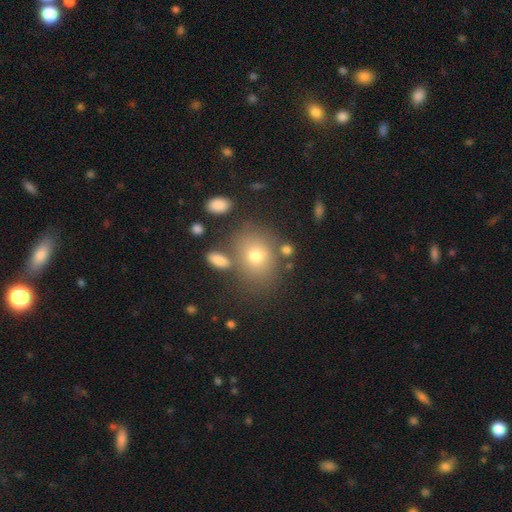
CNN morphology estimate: Smooth or featured? smooth (70%)
How rounded? in between (55%)
Merging? none (69%)